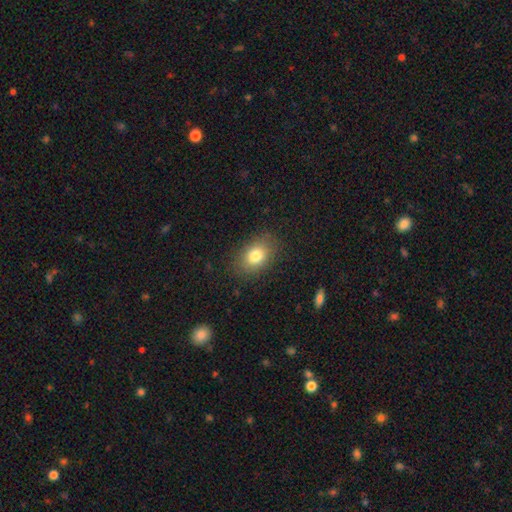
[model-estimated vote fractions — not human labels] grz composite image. It shows a smooth galaxy with no disk features (81%) that is in between round and cigar-shaped (78%). Merging: none (85%).